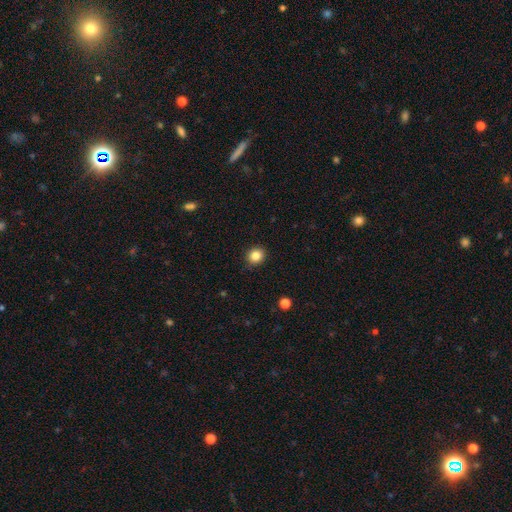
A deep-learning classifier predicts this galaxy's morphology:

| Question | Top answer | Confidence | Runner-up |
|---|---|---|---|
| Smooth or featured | smooth | 84% | star or artifact (11%) |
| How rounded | round | 82% | in between (17%) |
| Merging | none | 90% | minor disturbance (7%) |